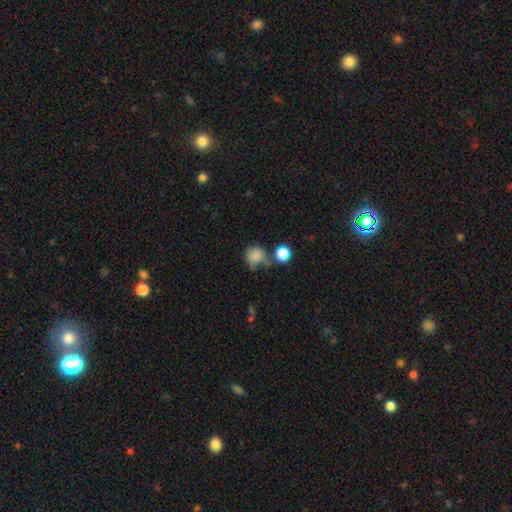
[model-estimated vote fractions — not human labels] A smooth galaxy with no disk features (81%) that is round (81%). Merging: none (44%).